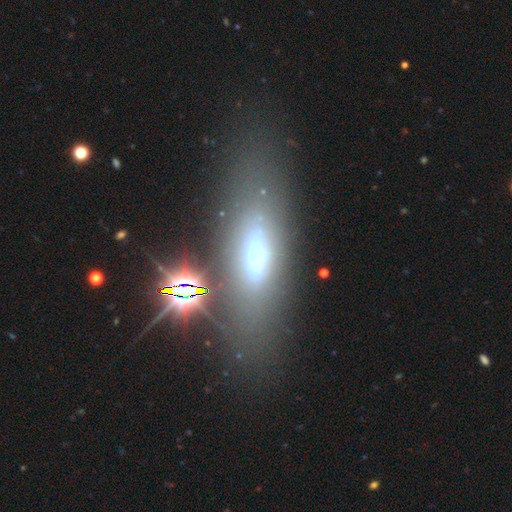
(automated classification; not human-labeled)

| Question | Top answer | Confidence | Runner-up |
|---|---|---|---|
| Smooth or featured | smooth | 44% | featured or disk (36%) |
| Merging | none | 71% | minor disturbance (14%) |